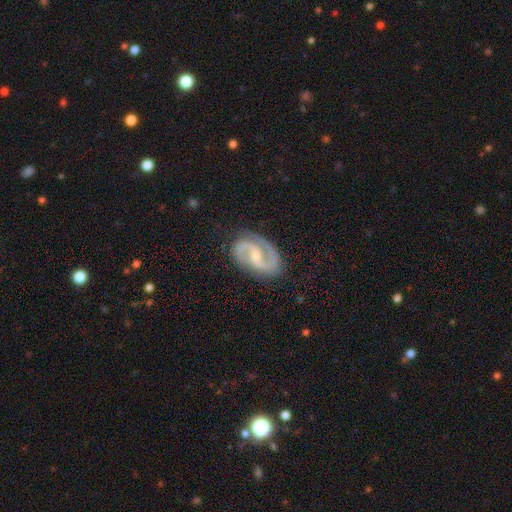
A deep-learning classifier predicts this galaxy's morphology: featured or disk 92%, smooth 4%, star or artifact 4%. Down the decision tree: edge-on disk — no (98%); bar — weak (47%); spiral arms — yes (98%); spiral arm count — 2 (94%); spiral winding — medium (60%); bulge size — small (58%); merging — none (83%).